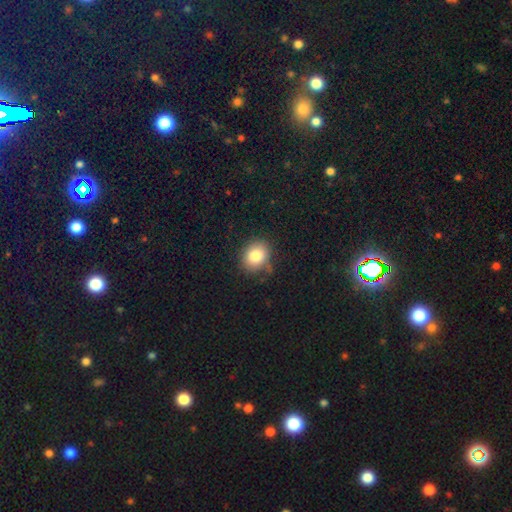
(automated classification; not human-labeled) This is clearly a smooth galaxy (82%). How rounded: possibly round (56%). Merging: likely none (77%).